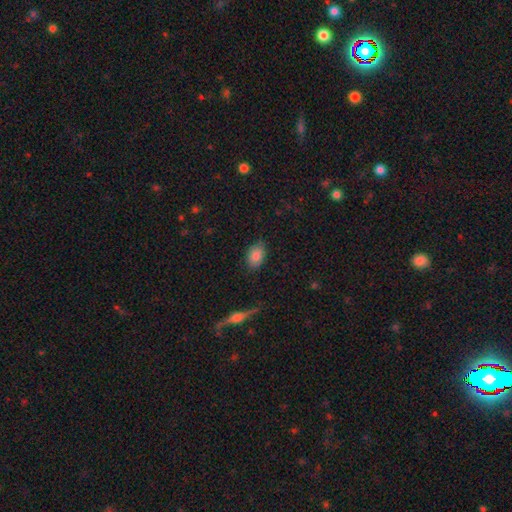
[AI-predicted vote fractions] Smooth or featured?
  - smooth: 84% *
  - star or artifact: 8%
  - featured or disk: 7%
How rounded?
  - in between: 84% *
  - round: 14%
  - cigar-shaped: 2%
Merging?
  - none: 81% *
  - minor disturbance: 14%
  - major disturbance: 3%
  - merger: 1%